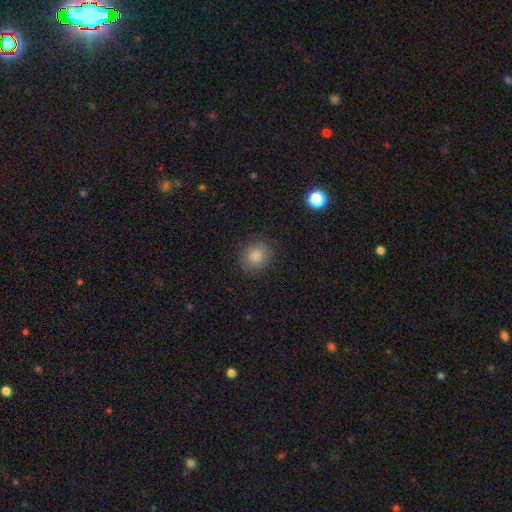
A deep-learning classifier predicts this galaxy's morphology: smooth_or_featured: smooth (p=0.83) [alt: star or artifact p=0.11]
how_rounded: round (p=0.73) [alt: in between p=0.26]
merging: none (p=0.88) [alt: minor disturbance p=0.08]